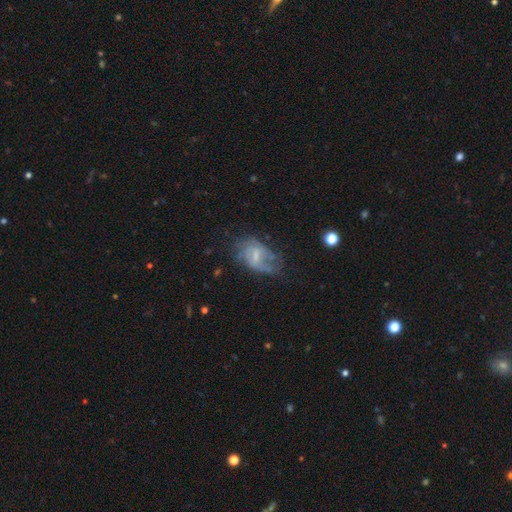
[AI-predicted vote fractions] Q: Smooth or featured?
A: featured or disk (58%); runner-up: smooth (33%)
Q: Edge-on disk?
A: no (96%); runner-up: yes (4%)
Q: Bar?
A: weak (53%); runner-up: no (33%)
Q: Spiral arms?
A: yes (58%); runner-up: no (42%)
Q: Bulge size?
A: small (43%); runner-up: moderate (28%)
Q: Merging?
A: none (41%); runner-up: minor disturbance (29%)